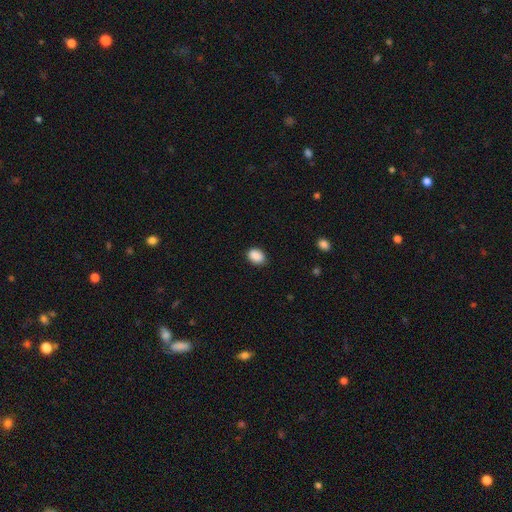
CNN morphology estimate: Smooth or featured: smooth — 89% (star or artifact — 8%)
How rounded: in between — 75% (round — 24%)
Merging: none — 85% (minor disturbance — 12%)